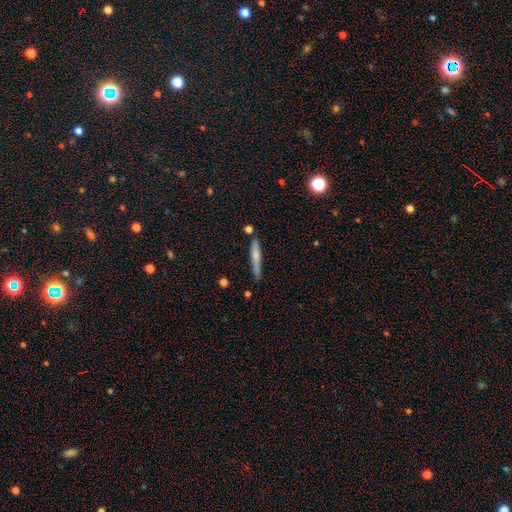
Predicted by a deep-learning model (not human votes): A smooth galaxy with no disk features (54%) that is cigar-shaped (94%). Merging: none (76%).